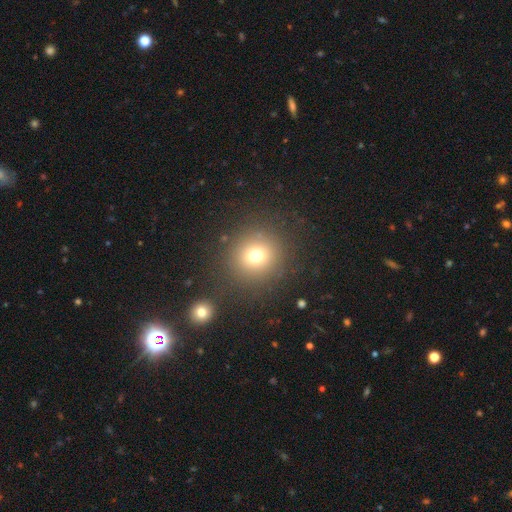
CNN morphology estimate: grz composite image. It shows a smooth galaxy with no disk features (72%) that is round (91%). Merging: none (85%).